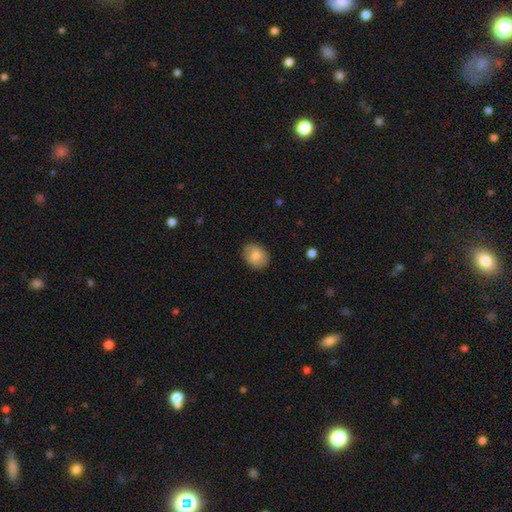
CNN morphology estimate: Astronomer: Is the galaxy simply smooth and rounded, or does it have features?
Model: smooth — 82%.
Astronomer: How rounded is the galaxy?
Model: in between — 56% (runner-up: round, 43%).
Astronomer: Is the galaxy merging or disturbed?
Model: none — 82%.